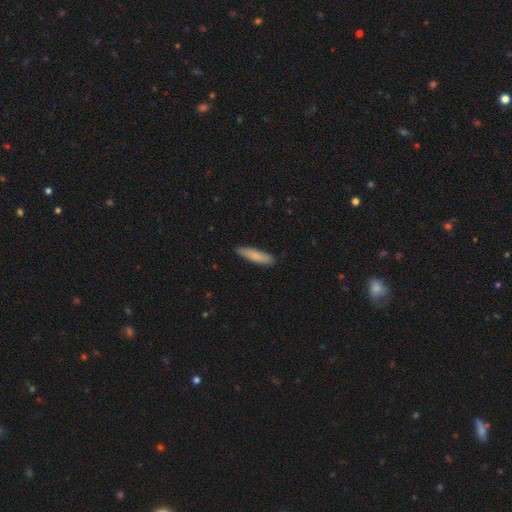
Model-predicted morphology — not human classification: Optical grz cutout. It shows a smooth galaxy with no disk features (82%) that is cigar-shaped (79%). Merging: none (87%).